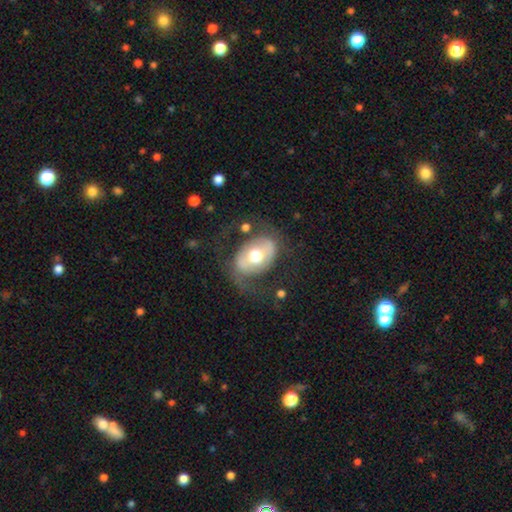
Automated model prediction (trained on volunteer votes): This appears to be a featured or disk galaxy (53%). Merging: none (61%).